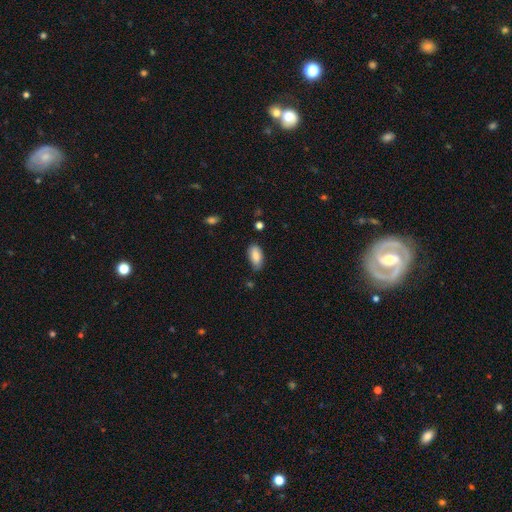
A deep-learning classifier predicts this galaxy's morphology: smooth 83%, featured or disk 10%, star or artifact 7%. Down the decision tree: how rounded — in between (92%); merging — none (71%).